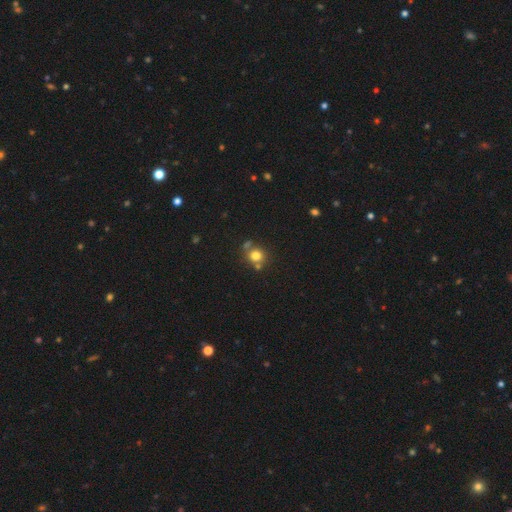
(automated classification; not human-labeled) This is likely a smooth galaxy (77%). How rounded: clearly round (85%). Merging: likely none (64%).